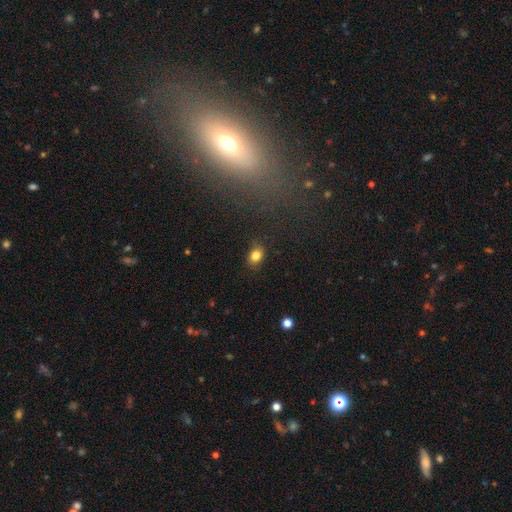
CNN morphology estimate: This appears to be a smooth galaxy with no disk features (83%) that is in between round and cigar-shaped (61%). Merging: none (82%).